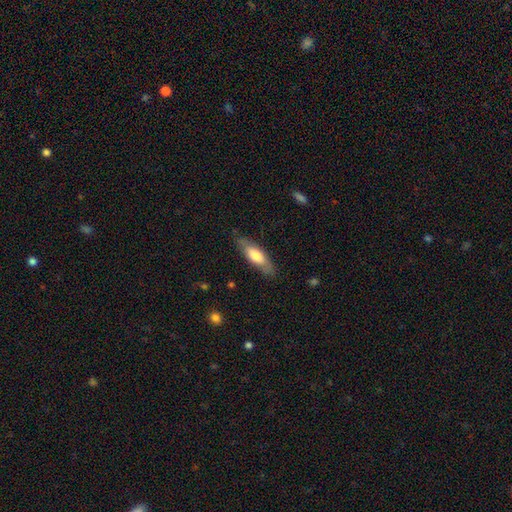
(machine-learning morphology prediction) Smooth or featured: smooth — 64% (featured or disk — 31%)
How rounded: in between — 53% (cigar-shaped — 45%)
Merging: none — 81% (minor disturbance — 14%)